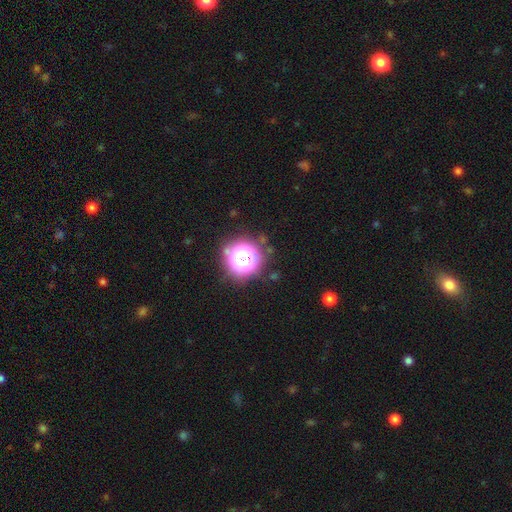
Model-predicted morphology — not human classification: A star or artifact, not a galaxy (70%).

Vote fractions:
- Smooth or featured? star or artifact: 70% / smooth: 22% / featured or disk: 8%